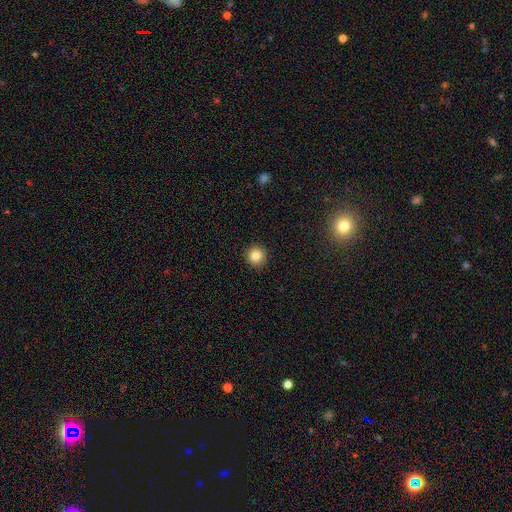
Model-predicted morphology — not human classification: Smooth or featured? smooth (84%)
How rounded? round (93%)
Merging? none (92%)